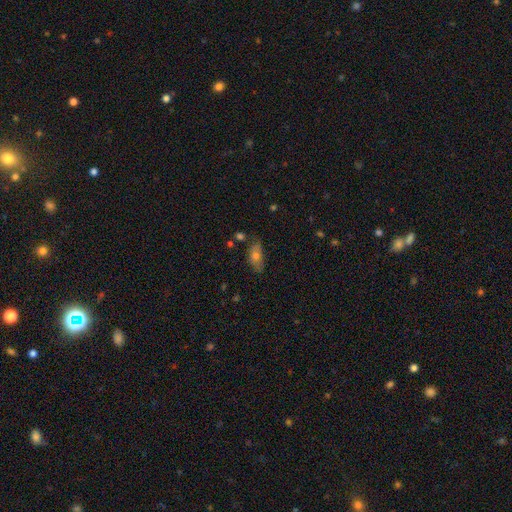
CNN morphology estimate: smooth-or-featured: smooth: 65% | featured or disk: 24% | star or artifact: 11%
  how-rounded: in between: 80% | cigar-shaped: 15% | round: 5%
  merging: none: 71% | minor disturbance: 21% | major disturbance: 5% | merger: 4%